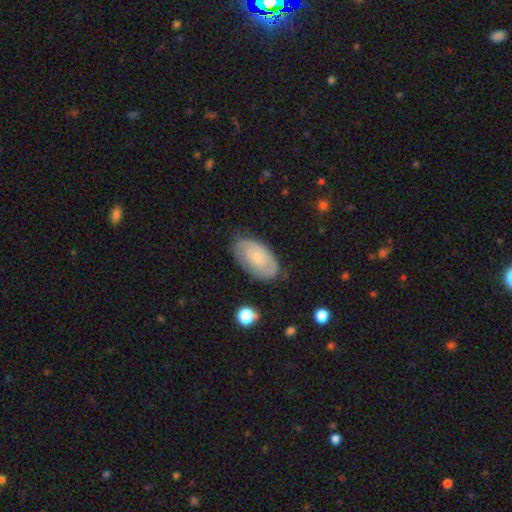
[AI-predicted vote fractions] smooth-or-featured: smooth: 53% | featured or disk: 40% | star or artifact: 7%
  how-rounded: in between: 94% | round: 4% | cigar-shaped: 2%
  merging: none: 75% | minor disturbance: 19% | major disturbance: 5% | merger: 1%